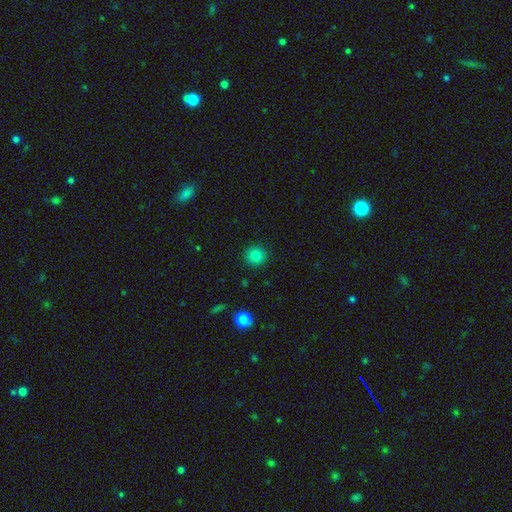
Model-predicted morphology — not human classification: Smooth or featured? smooth (82%)
How rounded? round (93%)
Merging? none (91%)